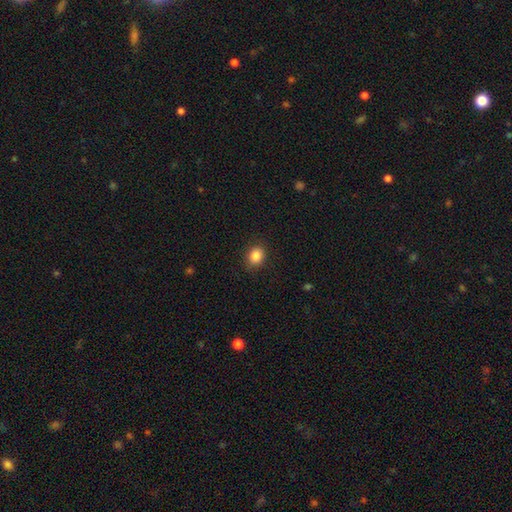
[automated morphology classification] Smooth or featured? Predicted: smooth (p=0.87). How rounded? Predicted: round (p=0.56). Merging? Predicted: none (p=0.87).